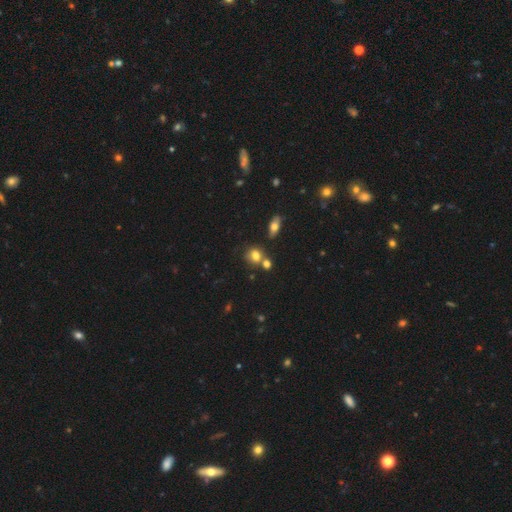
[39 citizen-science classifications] Smooth or featured: smooth — 85% (star or artifact — 10%)
How rounded: in between — 55% (round — 45%)
Merging: none — 46% (tied with merger — 46%)